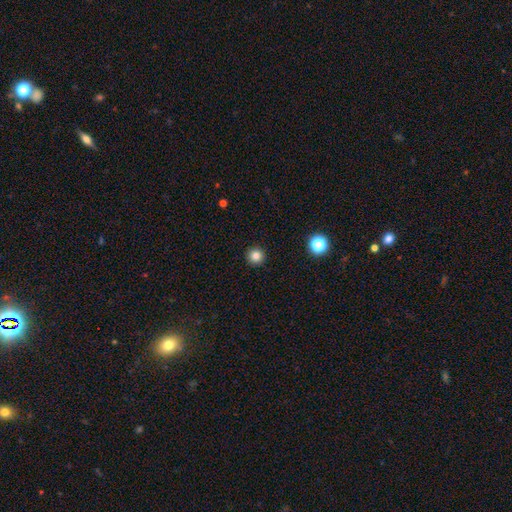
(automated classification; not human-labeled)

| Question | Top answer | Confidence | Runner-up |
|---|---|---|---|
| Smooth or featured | smooth | 83% | star or artifact (12%) |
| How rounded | round | 96% | in between (3%) |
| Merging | none | 93% | minor disturbance (4%) |